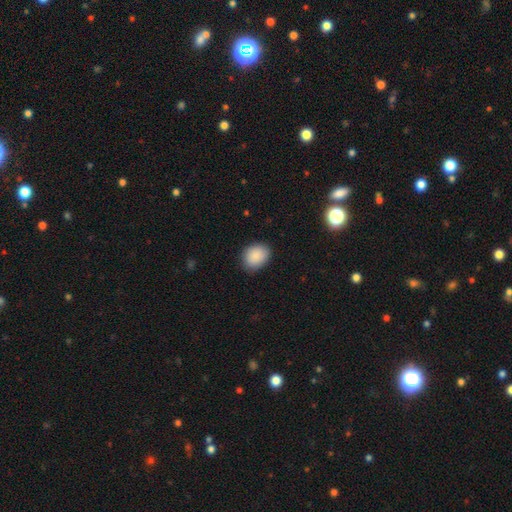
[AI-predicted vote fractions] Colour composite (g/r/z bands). It shows a smooth galaxy with no disk features (89%) that is in between round and cigar-shaped (59%). Merging: none (85%).